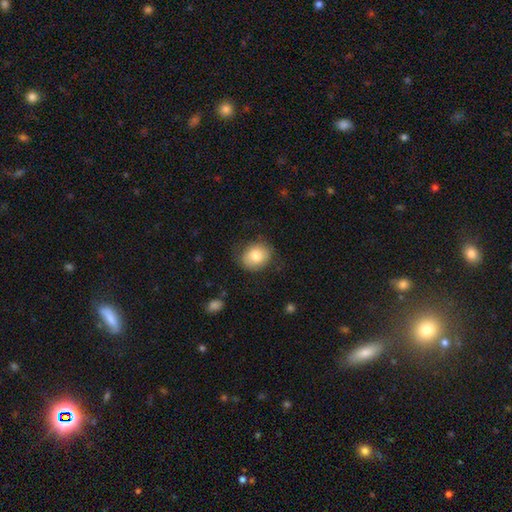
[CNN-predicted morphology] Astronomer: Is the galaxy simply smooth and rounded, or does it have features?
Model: smooth — 79%.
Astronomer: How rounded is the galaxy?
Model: round — 60% (runner-up: in between, 39%).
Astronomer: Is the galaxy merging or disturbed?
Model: none — 78%.